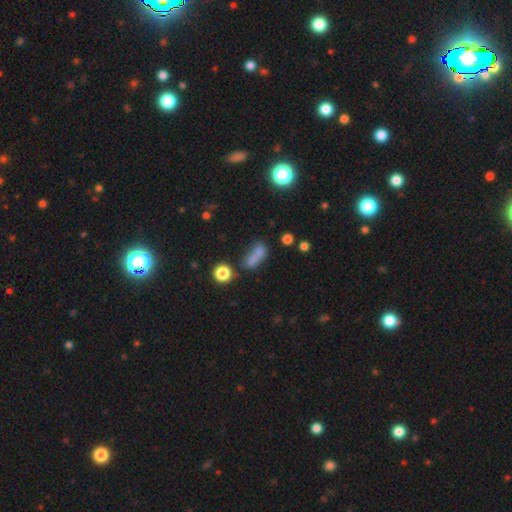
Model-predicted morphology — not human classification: The model was most divided on "merging": none: 40%, merger: 29%, minor disturbance: 18%, major disturbance: 13%. More confident: smooth or featured — smooth (68%); how rounded — in between (61%).